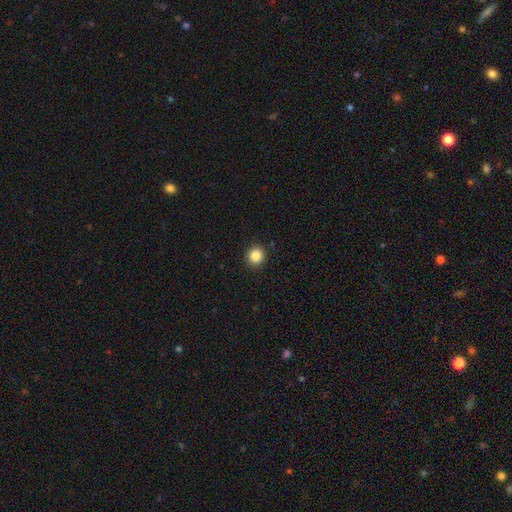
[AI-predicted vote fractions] A smooth galaxy with no disk features (85%) that is round (93%). Merging: none (92%).